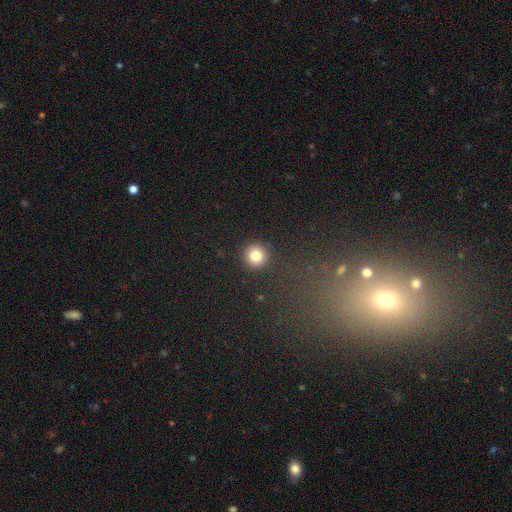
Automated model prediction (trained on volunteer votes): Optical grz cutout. It shows a smooth galaxy with no disk features (82%) that is round (95%). Merging: none (92%).